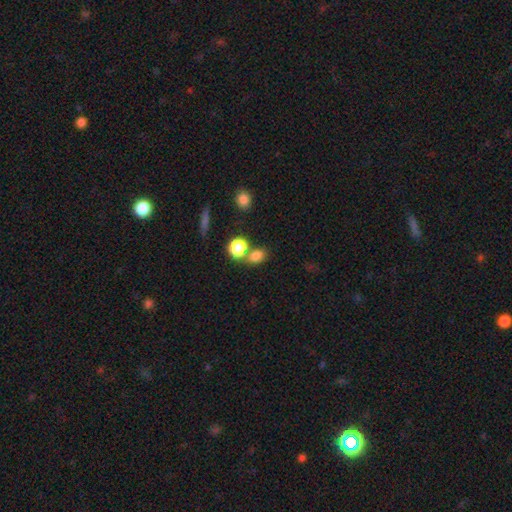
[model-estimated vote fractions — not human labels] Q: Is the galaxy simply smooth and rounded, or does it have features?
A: smooth — 81%.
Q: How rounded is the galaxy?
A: in between — 61%.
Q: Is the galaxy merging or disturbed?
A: none — 53%.